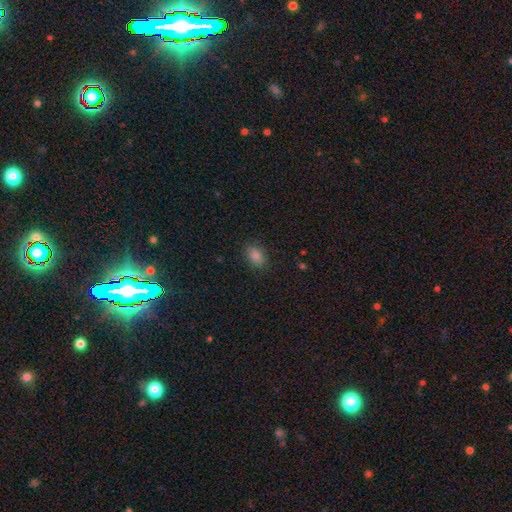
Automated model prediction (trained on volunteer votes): Smooth or featured: smooth — 81% (star or artifact — 14%)
How rounded: in between — 75% (round — 24%)
Merging: none — 88% (minor disturbance — 9%)